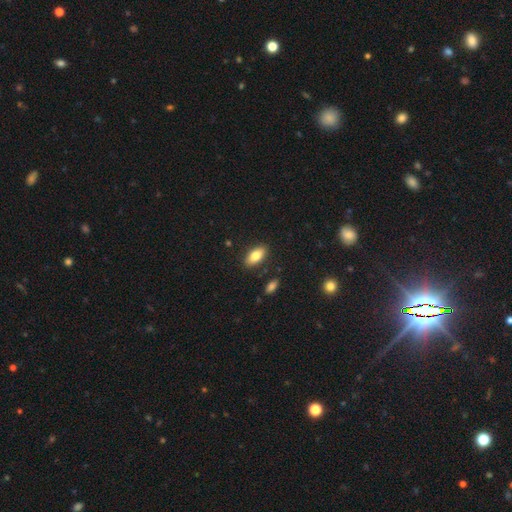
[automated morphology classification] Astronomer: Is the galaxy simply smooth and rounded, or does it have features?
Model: smooth — 81%.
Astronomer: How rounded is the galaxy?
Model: in between — 88%.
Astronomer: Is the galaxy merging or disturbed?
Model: none — 86%.